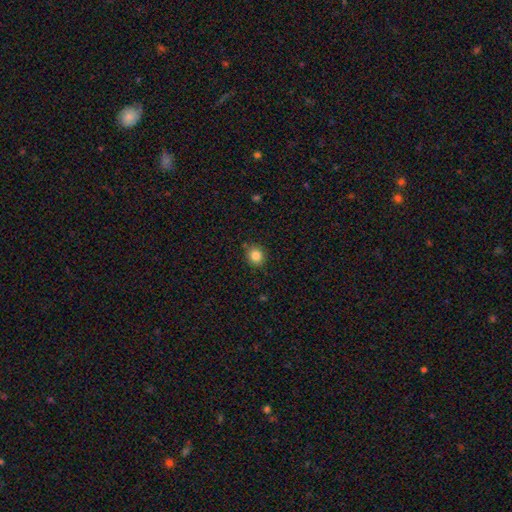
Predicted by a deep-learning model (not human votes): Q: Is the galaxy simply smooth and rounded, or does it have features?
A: smooth — 84%.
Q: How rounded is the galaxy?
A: round — 83%.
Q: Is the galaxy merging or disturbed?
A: none — 86%.